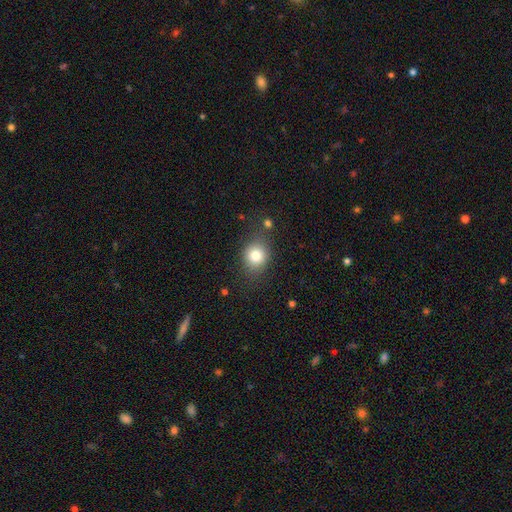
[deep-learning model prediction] Overall: smooth (80%). How rounded: round (67%; in between 32%). Merging: none (75%).